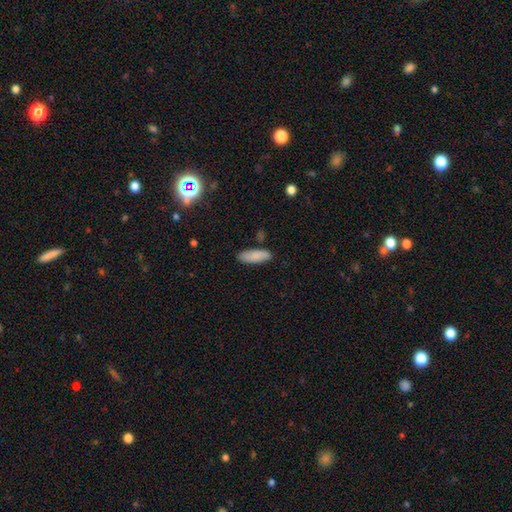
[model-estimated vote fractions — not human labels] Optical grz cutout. It shows a smooth galaxy with no disk features (87%) that is in between round and cigar-shaped (62%). Merging: none (81%).